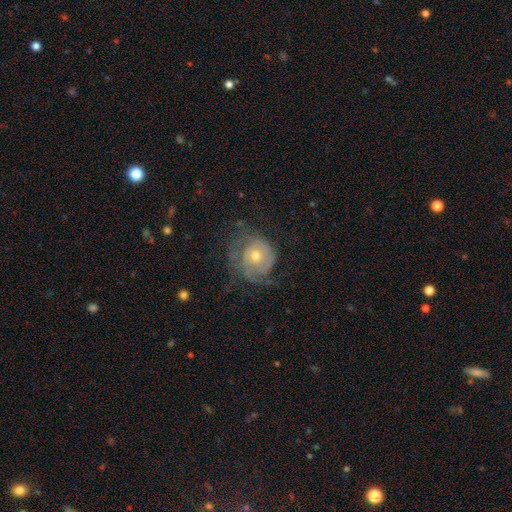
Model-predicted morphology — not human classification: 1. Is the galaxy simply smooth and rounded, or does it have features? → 69% featured or disk, 24% smooth, 7% star or artifact.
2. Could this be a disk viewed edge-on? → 97% no, 3% yes.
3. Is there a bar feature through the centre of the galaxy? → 83% no, 15% weak, 3% strong.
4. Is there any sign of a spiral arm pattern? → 83% yes, 17% no.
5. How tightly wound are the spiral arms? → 59% tight, 28% medium, 13% loose.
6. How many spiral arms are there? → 42% can't tell, 23% 2, 14% 3, 10% 1, 6% 4, 4% more than 4.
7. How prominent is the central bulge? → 57% moderate, 39% small, 3% large, 1% none, 1% dominant.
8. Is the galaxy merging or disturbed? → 56% none, 23% minor disturbance, 20% major disturbance, 1% merger.